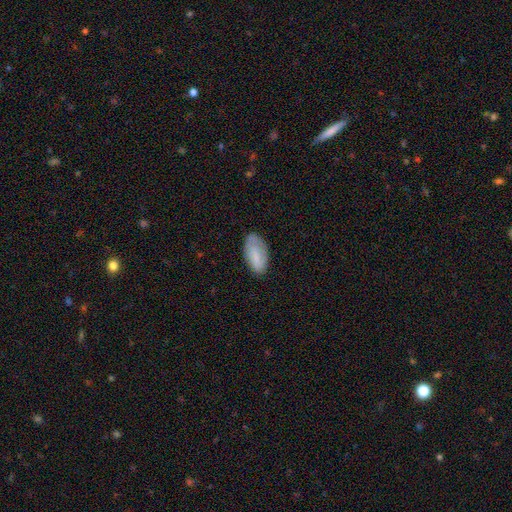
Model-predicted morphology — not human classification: Smooth or featured? smooth (70%)
How rounded? in between (92%)
Merging? none (71%)